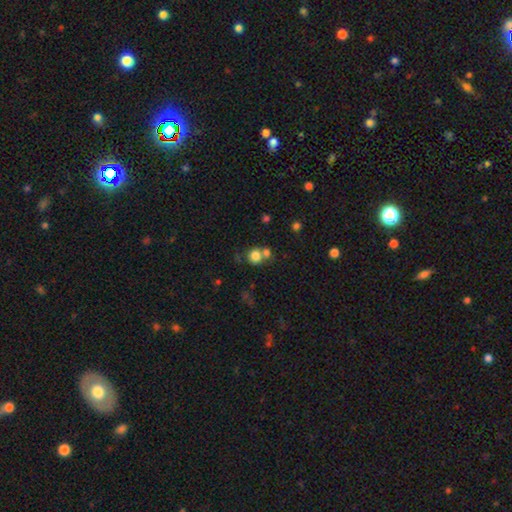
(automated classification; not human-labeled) Q: Smooth or featured?
A: smooth (78%); runner-up: star or artifact (12%)
Q: How rounded?
A: round (84%); runner-up: in between (15%)
Q: Merging?
A: none (50%); runner-up: merger (37%)